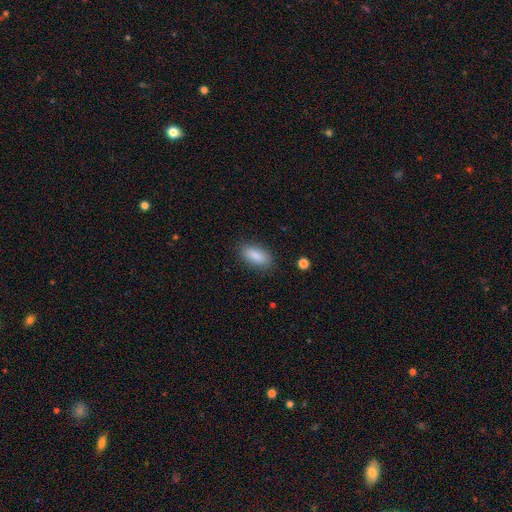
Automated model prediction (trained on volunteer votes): A smooth galaxy with no disk features (87%) that is in between round and cigar-shaped (84%).

Vote fractions:
- Smooth or featured? smooth: 87% / star or artifact: 7% / featured or disk: 6%
- How rounded? in between: 84% / cigar-shaped: 13% / round: 3%
- Merging? none: 86% / minor disturbance: 10% / major disturbance: 3% / merger: 1%